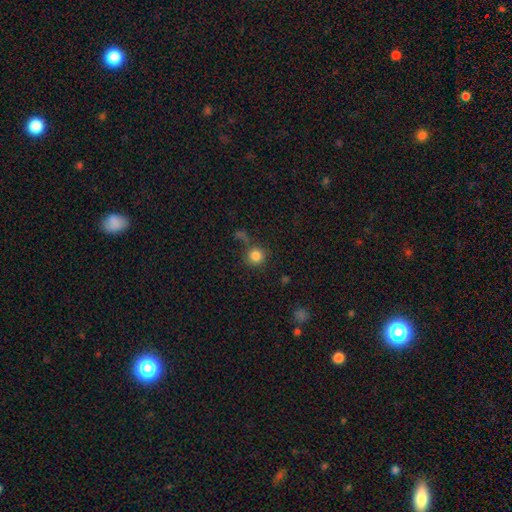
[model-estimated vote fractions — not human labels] This appears to be a smooth galaxy with no disk features (84%) that is round (93%). Merging: none (70%).